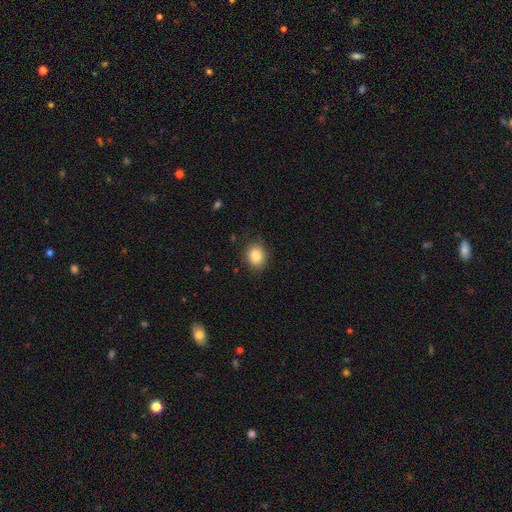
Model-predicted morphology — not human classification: A smooth galaxy with no disk features (84%) that is round (63%).

Vote fractions:
- Smooth or featured? smooth: 84% / star or artifact: 9% / featured or disk: 7%
- How rounded? round: 63% / in between: 36% / cigar-shaped: 1%
- Merging? none: 85% / minor disturbance: 11% / major disturbance: 3% / merger: 1%